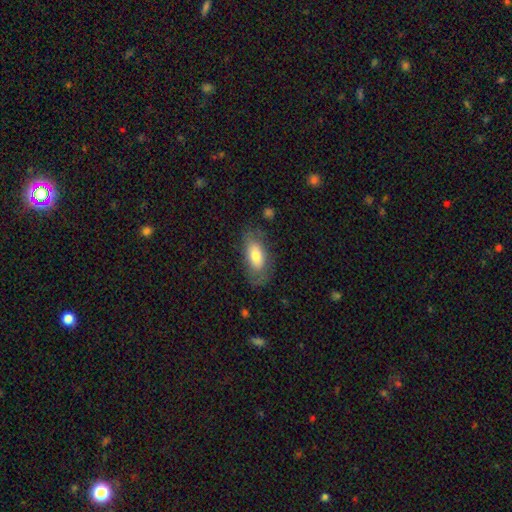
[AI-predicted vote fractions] smooth 71%, featured or disk 22%, star or artifact 7%. Down the decision tree: how rounded — in between (88%); merging — none (66%).